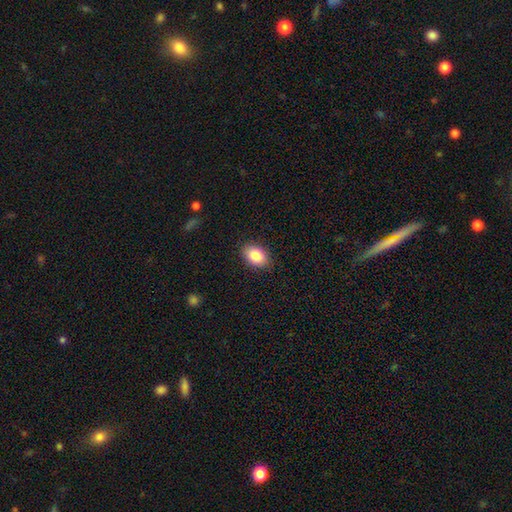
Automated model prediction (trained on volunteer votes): Smooth or featured: smooth — 86% (star or artifact — 7%)
How rounded: in between — 87% (round — 12%)
Merging: none — 88% (minor disturbance — 9%)